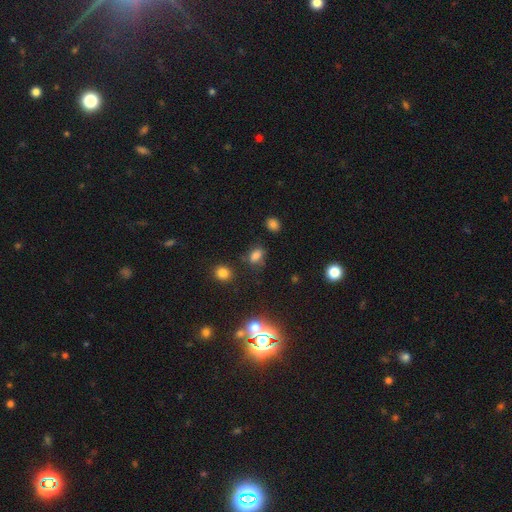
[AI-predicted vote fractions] The model was most divided on "merging": none: 65%, minor disturbance: 20%, major disturbance: 8%, merger: 7%. More confident: how rounded — in between (77%); smooth or featured — smooth (72%).